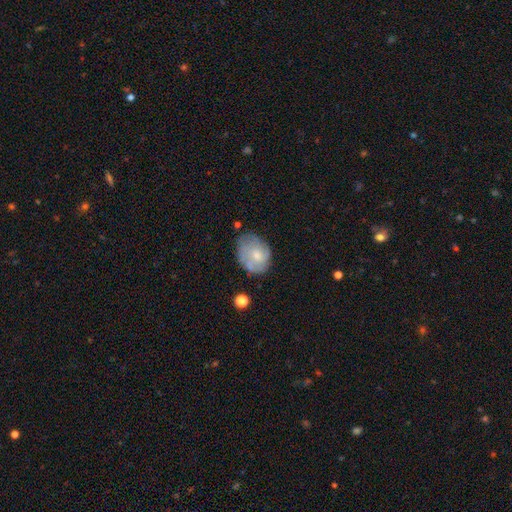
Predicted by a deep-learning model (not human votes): Q: Smooth or featured?
A: smooth (46%); tied with: featured or disk (46%)
Q: Merging?
A: none (60%); runner-up: minor disturbance (27%)